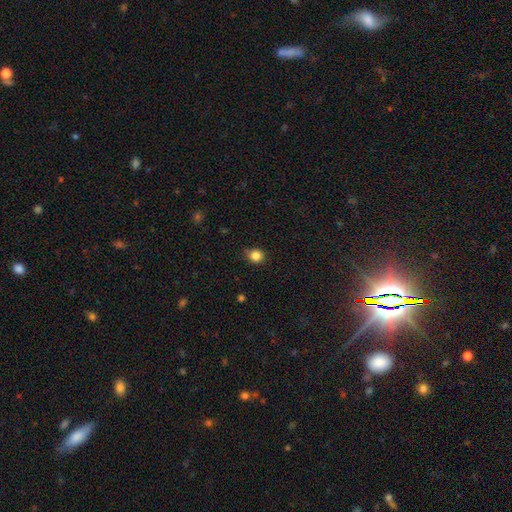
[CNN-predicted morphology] Smooth or featured?
  - smooth: 84% *
  - star or artifact: 12%
  - featured or disk: 4%
How rounded?
  - round: 79% *
  - in between: 20%
  - cigar-shaped: 1%
Merging?
  - none: 81% *
  - minor disturbance: 15%
  - major disturbance: 3%
  - merger: 1%